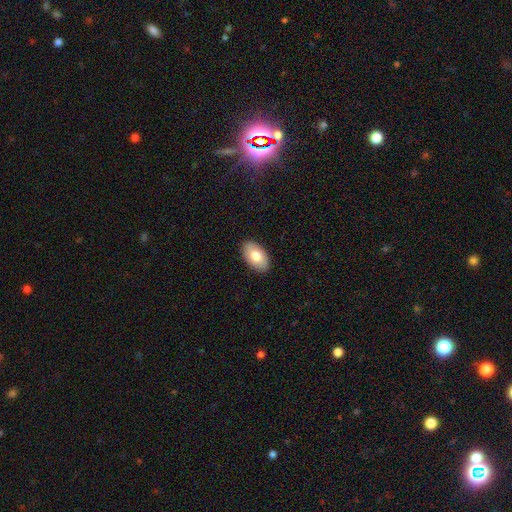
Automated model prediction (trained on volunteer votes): Q: Smooth or featured?
A: smooth (77%); runner-up: featured or disk (17%)
Q: How rounded?
A: in between (94%); runner-up: round (5%)
Q: Merging?
A: none (89%); runner-up: minor disturbance (8%)